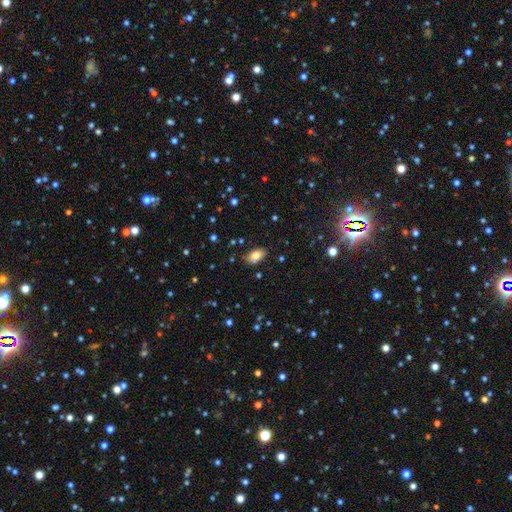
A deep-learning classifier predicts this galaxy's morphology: Smooth or featured?
  - smooth: 80% *
  - featured or disk: 11%
  - star or artifact: 9%
How rounded?
  - in between: 93% *
  - round: 5%
  - cigar-shaped: 2%
Merging?
  - none: 84% *
  - minor disturbance: 12%
  - major disturbance: 2%
  - merger: 2%